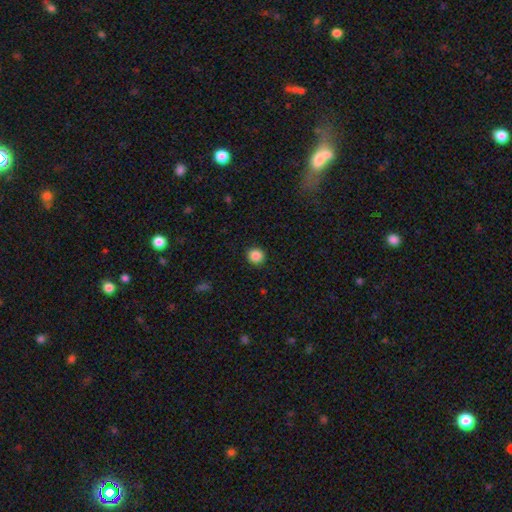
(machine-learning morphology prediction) A smooth galaxy with no disk features (87%) that is round (92%). Merging: none (92%).